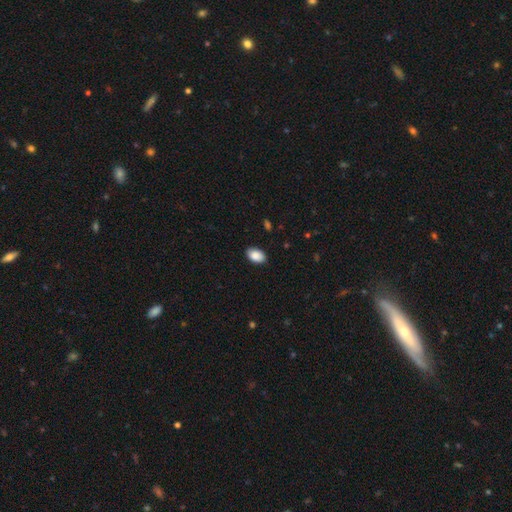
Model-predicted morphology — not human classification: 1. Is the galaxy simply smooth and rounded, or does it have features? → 89% smooth, 7% star or artifact, 4% featured or disk.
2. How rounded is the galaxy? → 92% in between, 7% round, 1% cigar-shaped.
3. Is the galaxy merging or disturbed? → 88% none, 9% minor disturbance, 2% major disturbance, 1% merger.